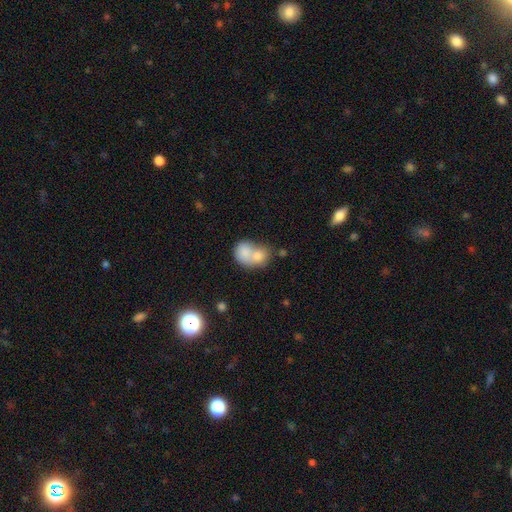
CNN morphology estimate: Smooth or featured: smooth — 72% (featured or disk — 18%)
How rounded: round — 56% (in between — 43%)
Merging: merger — 69% (none — 22%)